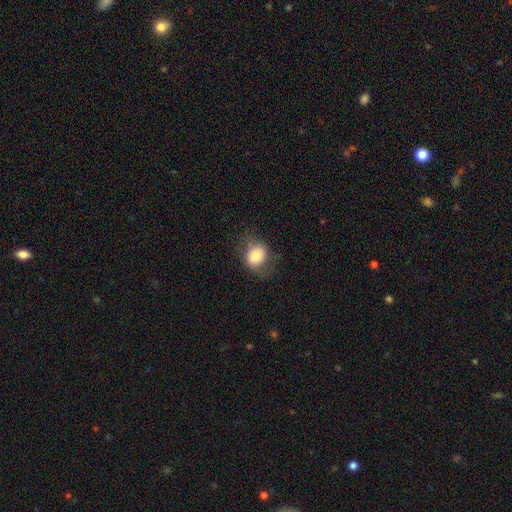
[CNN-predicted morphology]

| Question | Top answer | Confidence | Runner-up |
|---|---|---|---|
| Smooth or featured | smooth | 73% | featured or disk (18%) |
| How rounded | round | 58% | in between (41%) |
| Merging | none | 66% | minor disturbance (21%) |